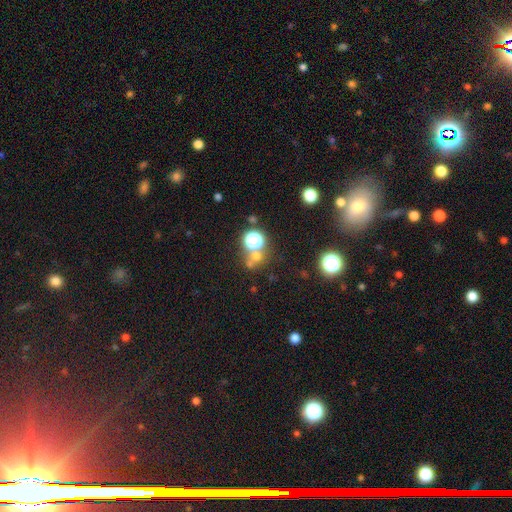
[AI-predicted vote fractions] This appears to be a smooth galaxy with no disk features (53%) that is round (85%). Merging: none (58%).